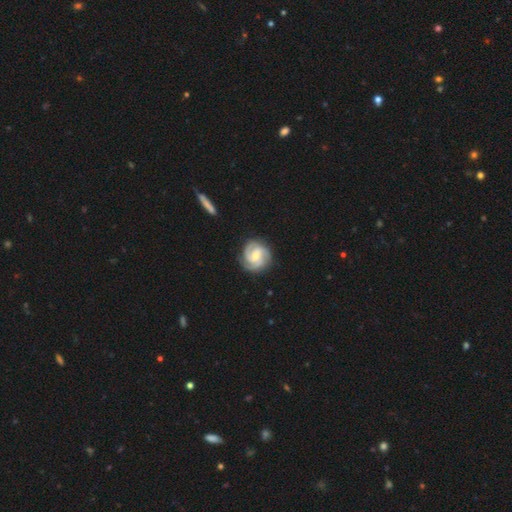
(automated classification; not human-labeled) This appears to be a featured or disk galaxy (85%) with a weak bar (46%), 3 (50%) tight (57%) spiral arms (98%) and a moderate central bulge (50%). Merging: none (81%).